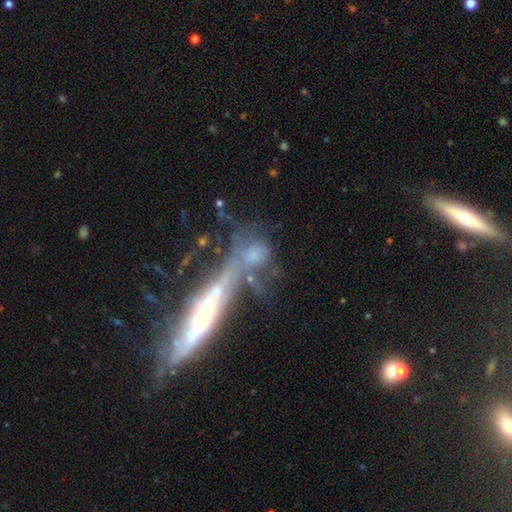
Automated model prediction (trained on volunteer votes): This appears to be a featured or disk galaxy (49%). Merging: merger (43%).